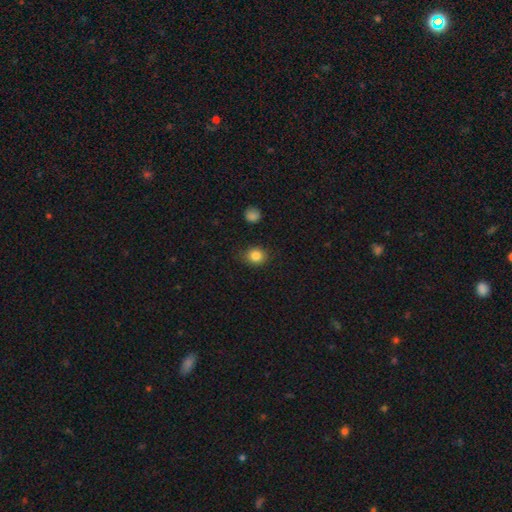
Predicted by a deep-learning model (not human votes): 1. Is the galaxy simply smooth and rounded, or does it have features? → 84% smooth, 10% star or artifact, 5% featured or disk.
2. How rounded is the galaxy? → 71% round, 28% in between, 1% cigar-shaped.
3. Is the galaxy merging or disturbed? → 83% none, 13% minor disturbance, 3% major disturbance, 1% merger.